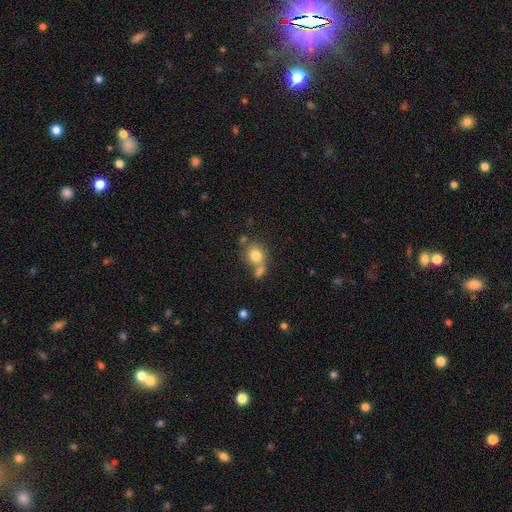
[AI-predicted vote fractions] Smooth or featured?
  - smooth: 79% *
  - featured or disk: 11%
  - star or artifact: 10%
How rounded?
  - round: 71% *
  - in between: 28%
  - cigar-shaped: 1%
Merging?
  - none: 46% *
  - merger: 38%
  - minor disturbance: 11%
  - major disturbance: 5%